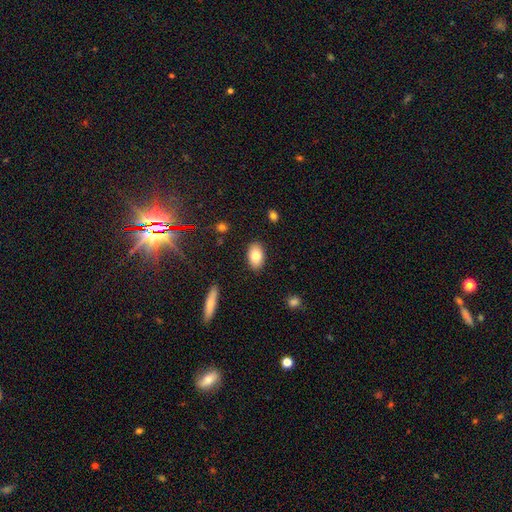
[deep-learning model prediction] smooth-or-featured: smooth: 79% | featured or disk: 13% | star or artifact: 8%
  how-rounded: in between: 92% | round: 6% | cigar-shaped: 2%
  merging: none: 88% | minor disturbance: 9% | major disturbance: 2% | merger: 1%